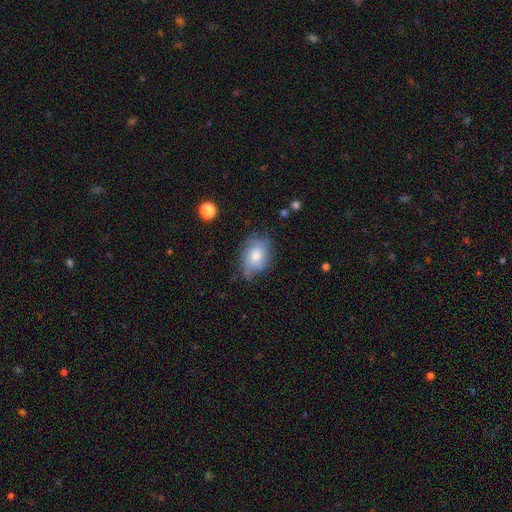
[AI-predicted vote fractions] This appears to be a smooth galaxy with no disk features (70%) that is in between round and cigar-shaped (76%). Merging: none (58%).